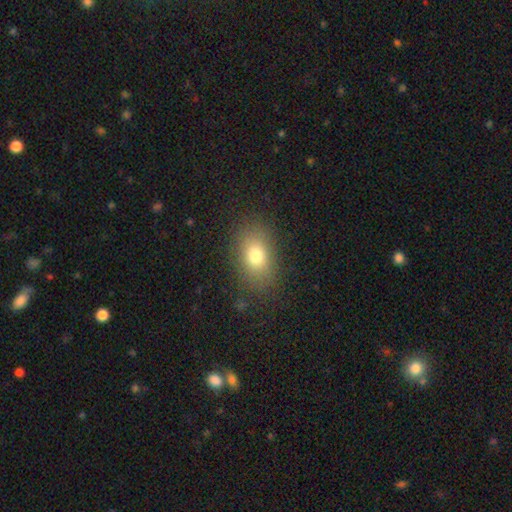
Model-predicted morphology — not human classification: Smooth or featured? Predicted: smooth (p=0.76). How rounded? Predicted: in between (p=0.78). Merging? Predicted: none (p=0.82).